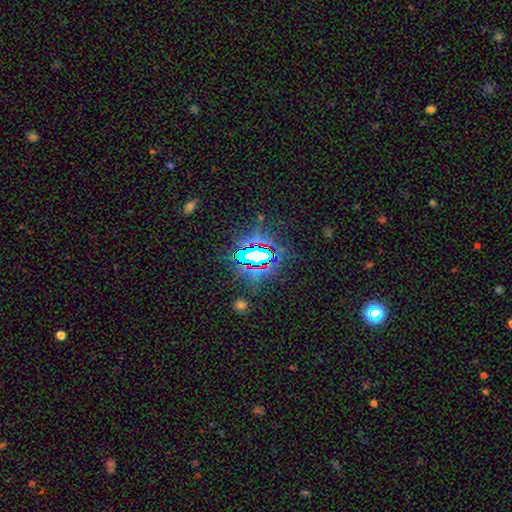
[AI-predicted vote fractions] A star or artifact, not a galaxy (76%).